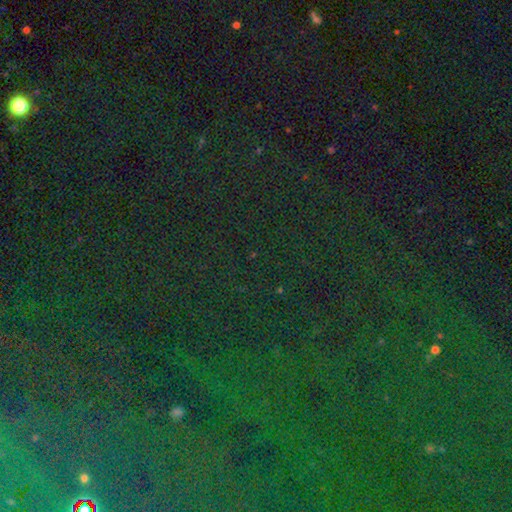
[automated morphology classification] This appears to be a star or artifact, not a galaxy (81%).